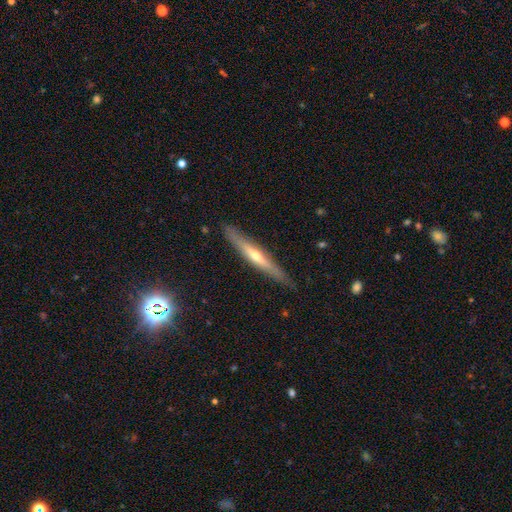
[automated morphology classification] Smooth or featured?
  - featured or disk: 64% *
  - smooth: 29%
  - star or artifact: 6%
Edge-on disk?
  - yes: 94% *
  - no: 6%
Edge-on bulge?
  - rounded: 74% *
  - none: 21%
  - boxy: 5%
Merging?
  - none: 88% *
  - minor disturbance: 9%
  - major disturbance: 2%
  - merger: 1%